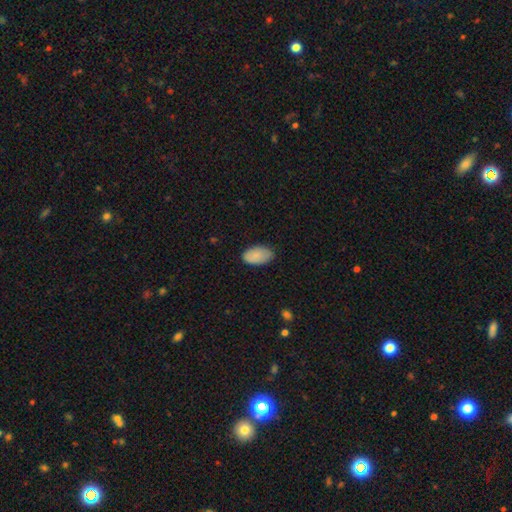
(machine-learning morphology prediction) This is clearly a smooth galaxy (85%). How rounded: clearly in between (95%). Merging: likely none (76%).